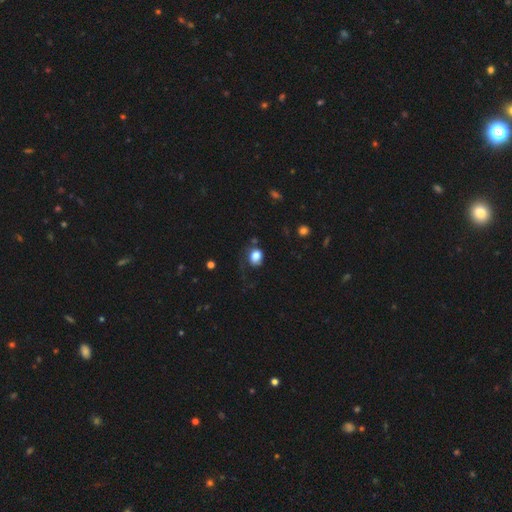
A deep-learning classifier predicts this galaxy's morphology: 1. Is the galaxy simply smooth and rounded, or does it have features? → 82% smooth, 9% featured or disk, 9% star or artifact.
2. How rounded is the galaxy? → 54% round, 45% in between, 1% cigar-shaped.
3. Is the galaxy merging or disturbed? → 53% none, 24% minor disturbance, 20% major disturbance, 3% merger.